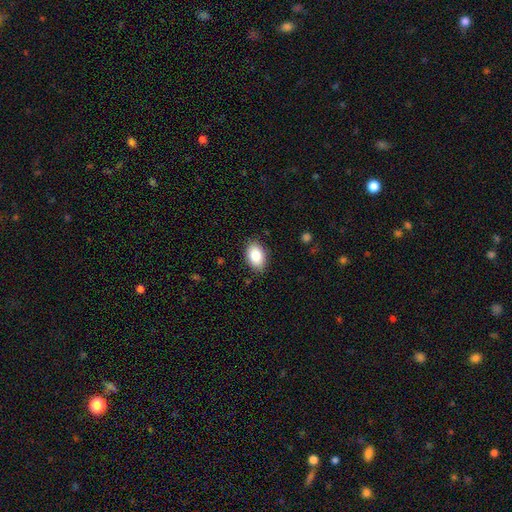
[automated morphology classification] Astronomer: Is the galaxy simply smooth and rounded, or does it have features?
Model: smooth — 85%.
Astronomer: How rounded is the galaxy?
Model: in between — 88%.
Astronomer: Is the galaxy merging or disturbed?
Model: none — 86%.